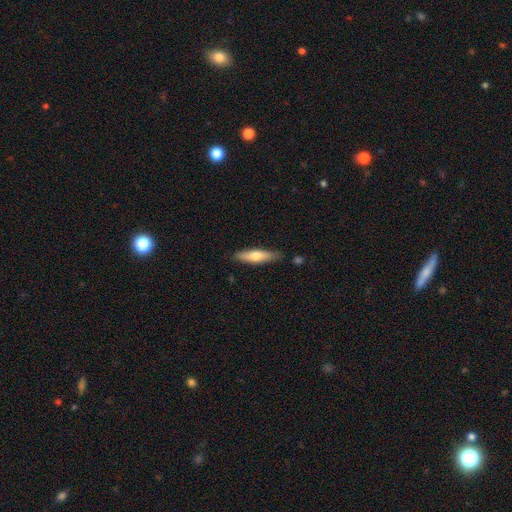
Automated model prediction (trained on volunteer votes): Morphology: type=smooth (63%); roundness=cigar-shaped (76%); merging=none (84%).